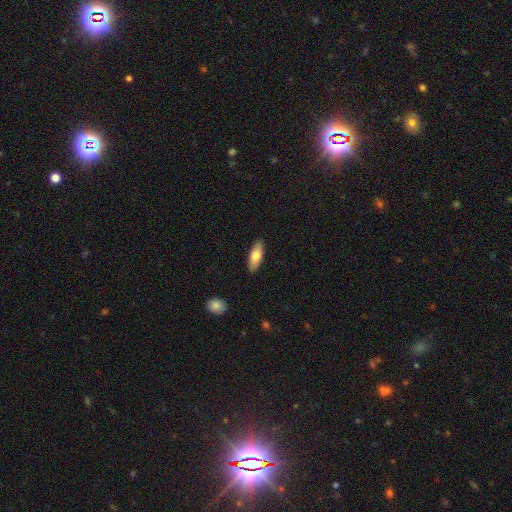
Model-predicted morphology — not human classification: The model was most divided on "how rounded": in between: 68%, cigar-shaped: 30%, round: 2%. More confident: merging — none (89%); smooth or featured — smooth (74%).